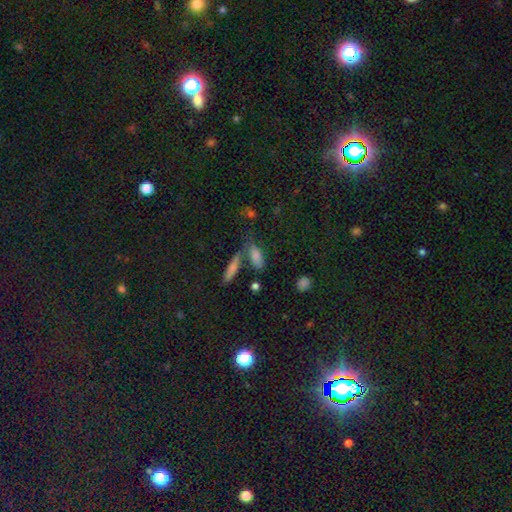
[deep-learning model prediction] Q: Smooth or featured?
A: smooth (70%); runner-up: featured or disk (16%)
Q: How rounded?
A: in between (55%); runner-up: cigar-shaped (40%)
Q: Merging?
A: none (58%); runner-up: merger (23%)